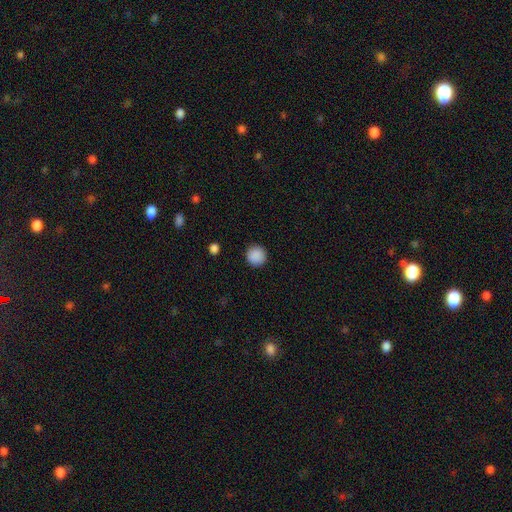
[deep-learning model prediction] Smooth or featured? smooth (89%)
How rounded? round (95%)
Merging? none (92%)